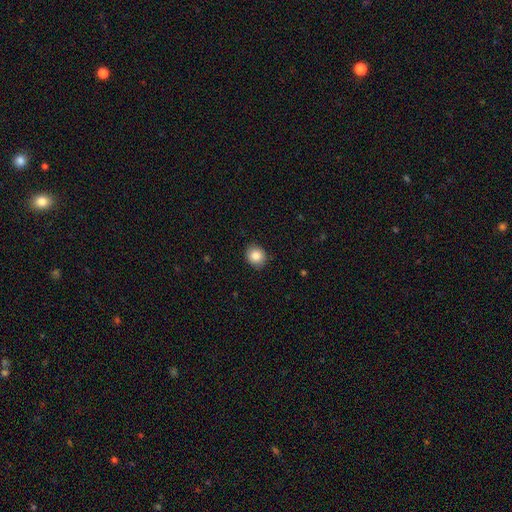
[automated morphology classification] A smooth galaxy with no disk features (85%) that is round (80%). Merging: none (88%).